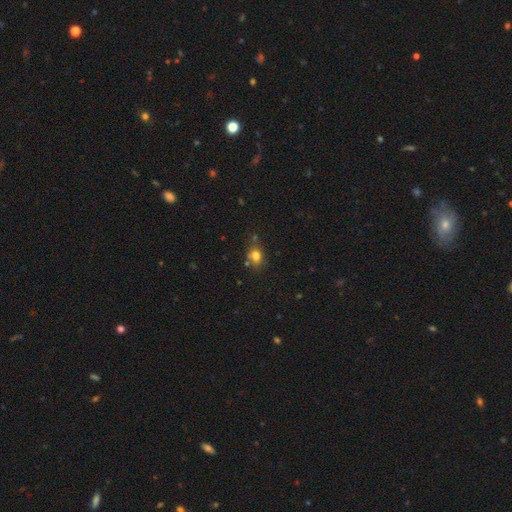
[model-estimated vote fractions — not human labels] A smooth galaxy with no disk features (76%) that is in between round and cigar-shaped (58%). Merging: none (63%).